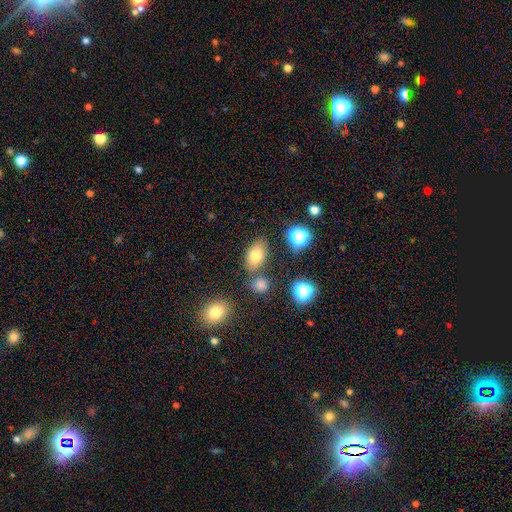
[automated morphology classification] A smooth galaxy with no disk features (74%) that is in between round and cigar-shaped (84%).

Vote fractions:
- Smooth or featured? smooth: 74% / star or artifact: 13% / featured or disk: 12%
- How rounded? in between: 84% / round: 14% / cigar-shaped: 2%
- Merging? none: 73% / minor disturbance: 12% / merger: 11% / major disturbance: 4%